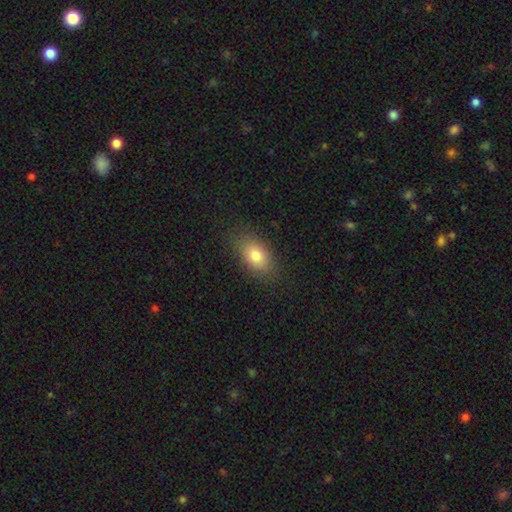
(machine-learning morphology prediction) A smooth galaxy with no disk features (80%) that is in between round and cigar-shaped (87%). Merging: none (84%).